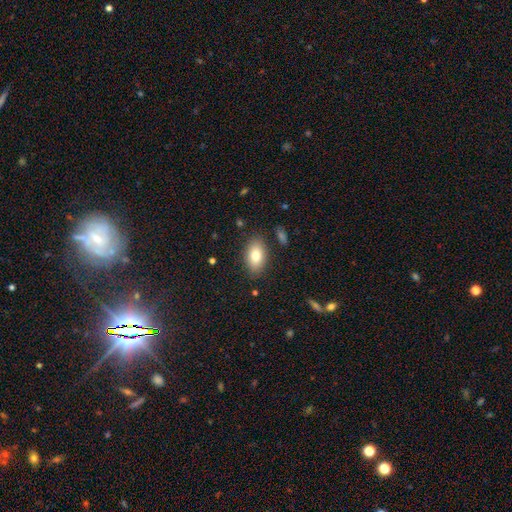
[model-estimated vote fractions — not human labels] A smooth galaxy with no disk features (78%) that is in between round and cigar-shaped (91%). Merging: none (84%).